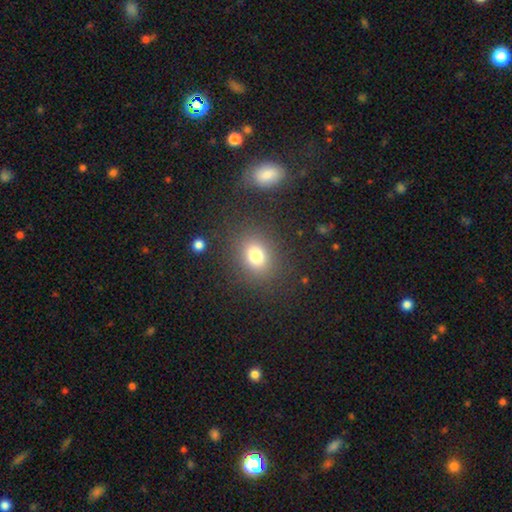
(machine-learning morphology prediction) This is likely a smooth galaxy (77%). How rounded: possibly round (59%). Merging: clearly none (84%).